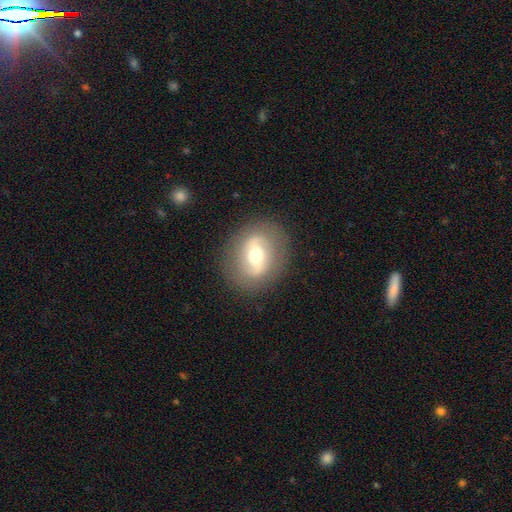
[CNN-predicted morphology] Smooth or featured? Predicted: featured or disk (p=0.55). Edge-on disk? Predicted: no (p=0.92). Bar? Predicted: strong (p=0.40). Spiral arms? Predicted: no (p=0.62). Bulge size? Predicted: moderate (p=0.69). Merging? Predicted: none (p=0.84).